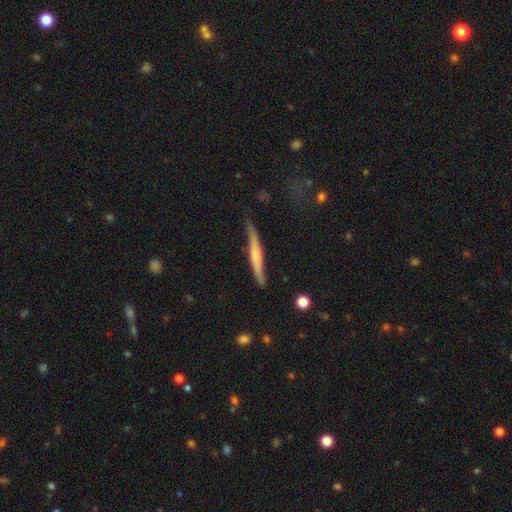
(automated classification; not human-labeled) This appears to be a featured or disk galaxy (57%) viewed edge-on (92%) with a rounded central bulge (52%). Merging: none (71%).